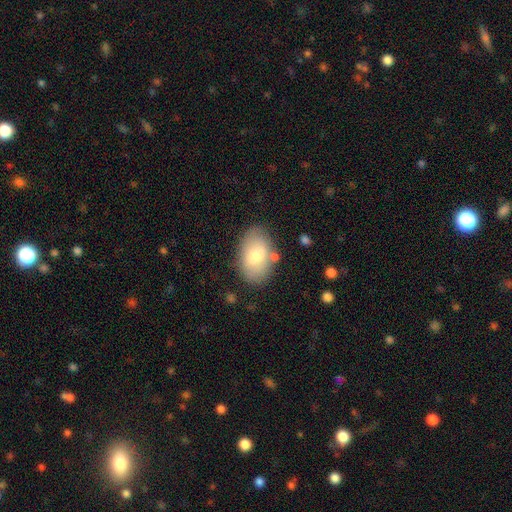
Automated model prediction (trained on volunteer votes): This is likely a smooth galaxy (73%). How rounded: clearly in between (90%). Merging: likely none (75%).